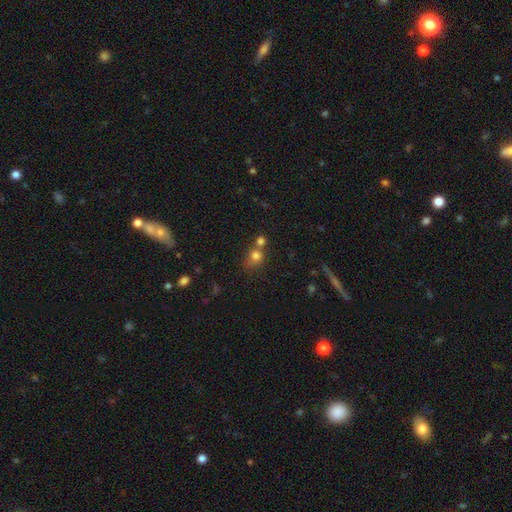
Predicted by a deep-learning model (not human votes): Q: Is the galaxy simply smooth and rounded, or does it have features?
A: smooth — 77%.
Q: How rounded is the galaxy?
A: round — 77%.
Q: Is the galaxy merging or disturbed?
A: none — 44%.